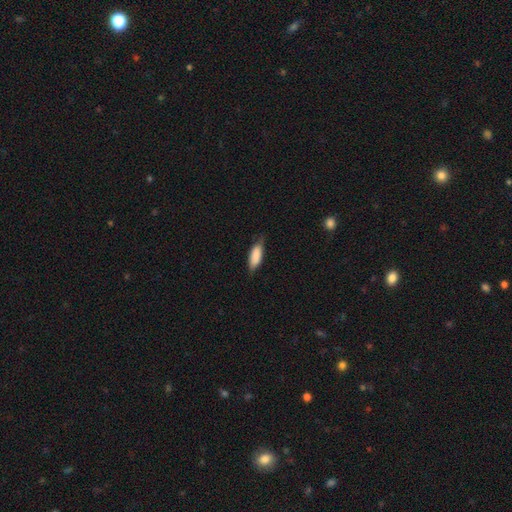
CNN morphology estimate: smooth-or-featured: smooth: 84% | featured or disk: 10% | star or artifact: 6%
  how-rounded: in between: 72% | cigar-shaped: 26% | round: 2%
  merging: none: 68% | minor disturbance: 26% | major disturbance: 5% | merger: 1%